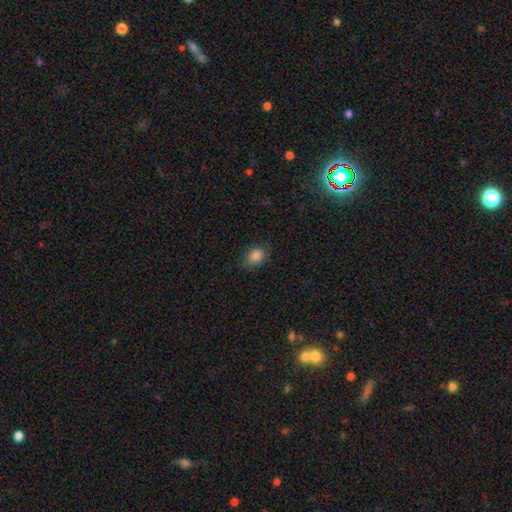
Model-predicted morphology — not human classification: smooth-or-featured: smooth: 84% | star or artifact: 10% | featured or disk: 5%
  how-rounded: in between: 60% | round: 39% | cigar-shaped: 1%
  merging: none: 79% | minor disturbance: 16% | major disturbance: 3% | merger: 1%